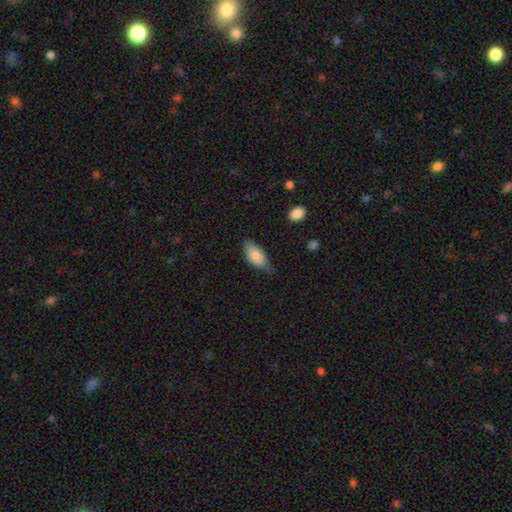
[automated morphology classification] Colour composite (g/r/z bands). It shows a smooth galaxy with no disk features (86%) that is in between round and cigar-shaped (89%). Merging: none (58%).